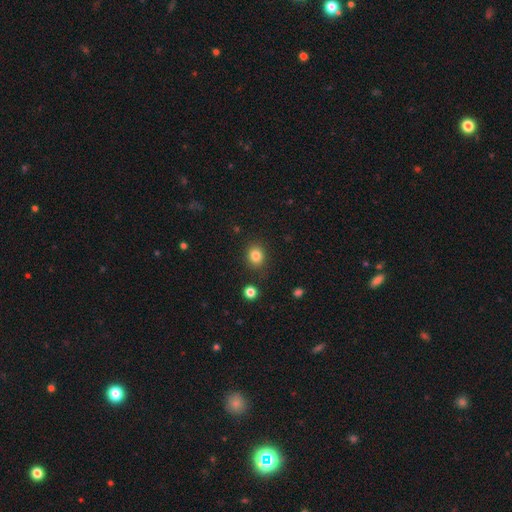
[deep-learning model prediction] Q: Smooth or featured?
A: smooth (83%); runner-up: star or artifact (11%)
Q: How rounded?
A: round (67%); runner-up: in between (32%)
Q: Merging?
A: none (86%); runner-up: minor disturbance (9%)